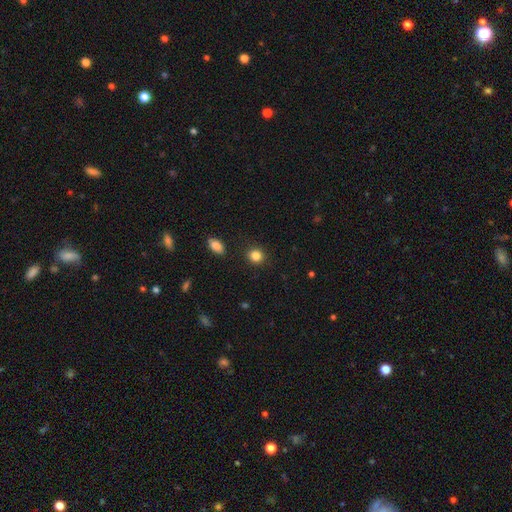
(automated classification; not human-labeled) Smooth or featured: smooth — 84% (star or artifact — 11%)
How rounded: round — 83% (in between — 16%)
Merging: none — 89% (minor disturbance — 7%)